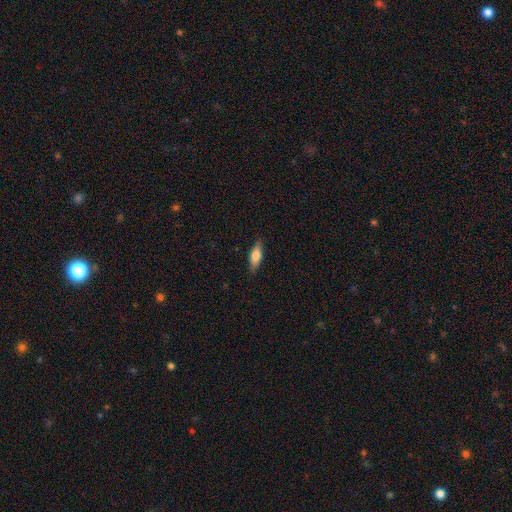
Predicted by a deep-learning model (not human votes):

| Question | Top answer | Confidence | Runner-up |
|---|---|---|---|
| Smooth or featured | smooth | 65% | featured or disk (29%) |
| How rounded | in between | 58% | cigar-shaped (40%) |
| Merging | none | 86% | minor disturbance (11%) |